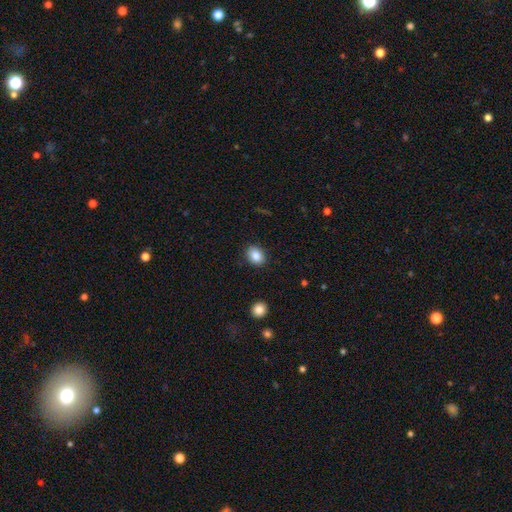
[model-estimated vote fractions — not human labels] Morphology: type=smooth (86%); roundness=in between (57%); merging=none (88%).